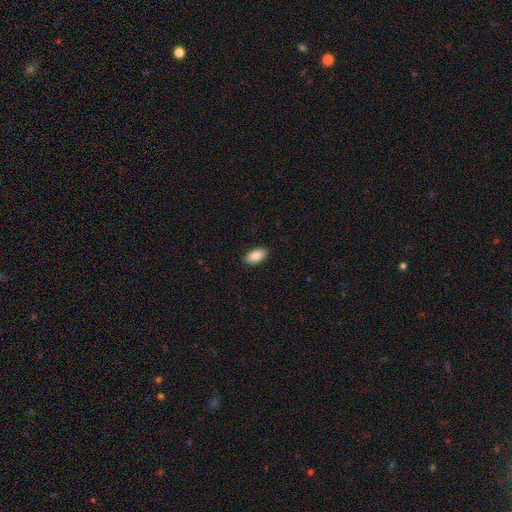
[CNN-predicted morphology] Smooth or featured?
  - smooth: 86% *
  - featured or disk: 7%
  - star or artifact: 7%
How rounded?
  - in between: 93% *
  - cigar-shaped: 5%
  - round: 3%
Merging?
  - none: 89% *
  - minor disturbance: 8%
  - major disturbance: 2%
  - merger: 1%